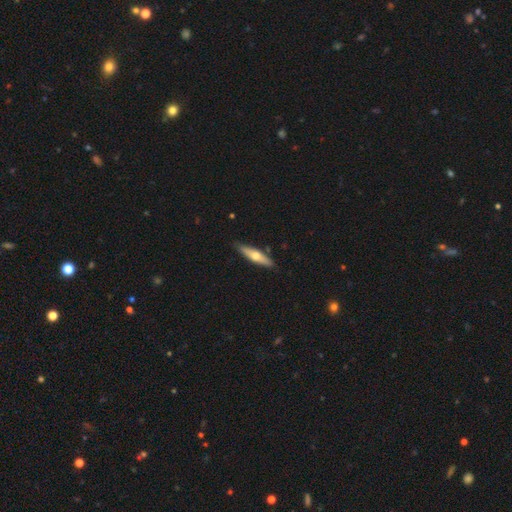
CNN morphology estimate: Overall: smooth (51%; featured or disk 43%). How rounded: cigar-shaped (72%). Merging: none (86%).